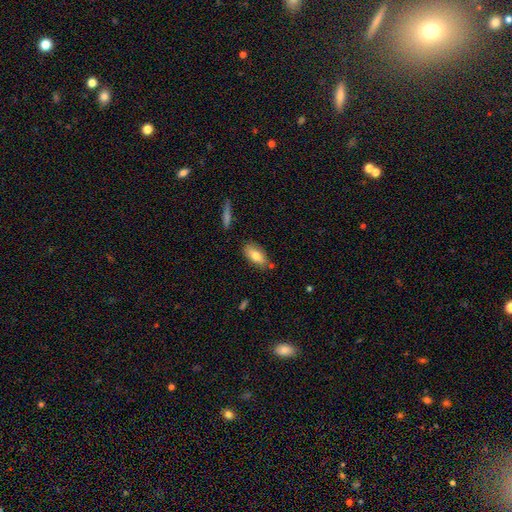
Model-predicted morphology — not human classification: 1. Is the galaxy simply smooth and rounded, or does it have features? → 76% smooth, 17% featured or disk, 7% star or artifact.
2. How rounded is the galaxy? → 86% in between, 11% cigar-shaped, 3% round.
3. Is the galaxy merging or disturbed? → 76% none, 16% minor disturbance, 5% merger, 3% major disturbance.